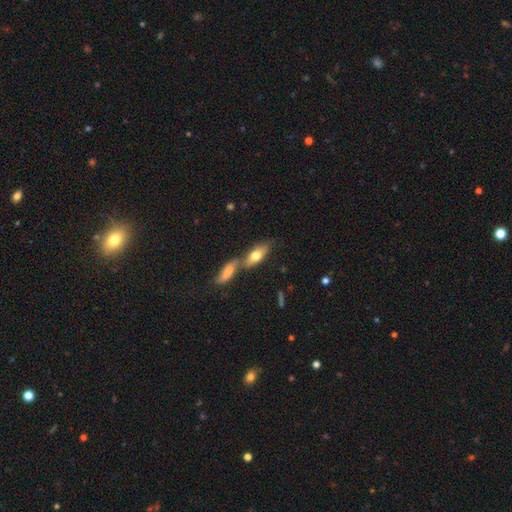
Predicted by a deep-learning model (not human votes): Morphology: type=smooth (67%); roundness=in between (74%); merging=merger (49%).